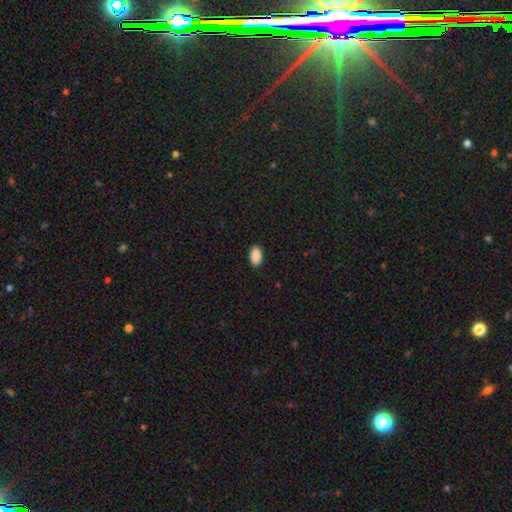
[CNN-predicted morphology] A smooth galaxy with no disk features (90%) that is in between round and cigar-shaped (94%). Merging: none (89%).